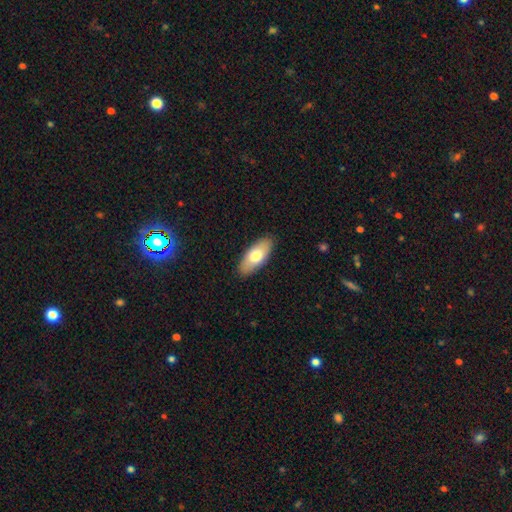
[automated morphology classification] Smooth or featured? Predicted: smooth (p=0.71). How rounded? Predicted: in between (p=0.85). Merging? Predicted: none (p=0.89).